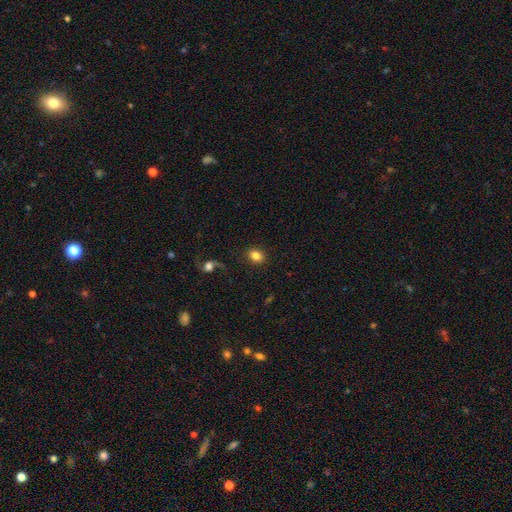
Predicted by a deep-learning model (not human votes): Overall: smooth (82%). How rounded: in between (55%; round 44%). Merging: none (86%).